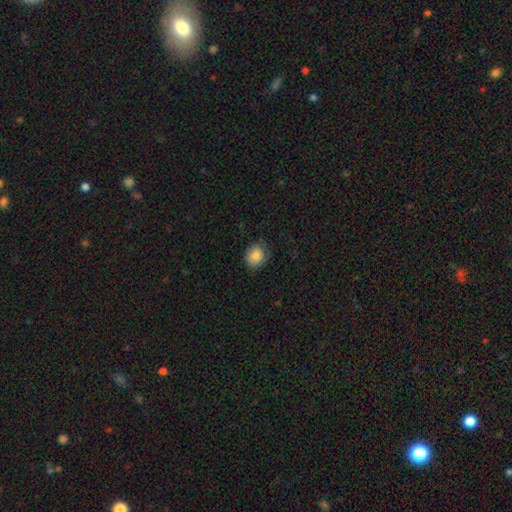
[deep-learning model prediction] smooth_or_featured: smooth (p=0.86) [alt: star or artifact p=0.08]
how_rounded: round (p=0.68) [alt: in between p=0.31]
merging: none (p=0.78) [alt: minor disturbance p=0.17]